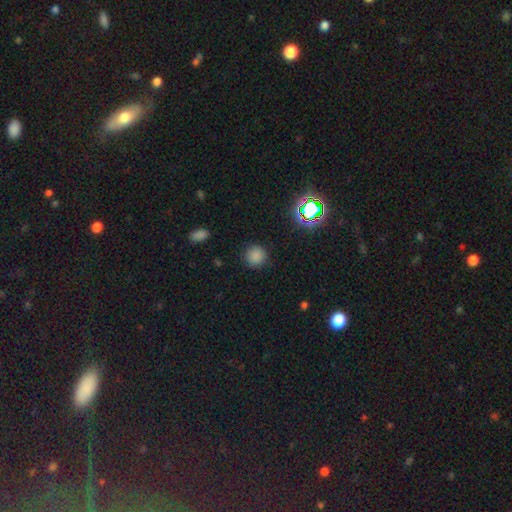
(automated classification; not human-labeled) Morphology: type=smooth (80%); roundness=round (92%); merging=none (87%).